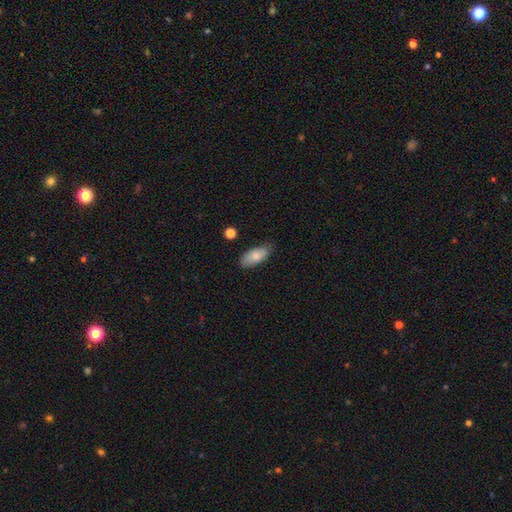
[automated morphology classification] A smooth galaxy with no disk features (79%) that is in between round and cigar-shaped (87%).

Vote fractions:
- Smooth or featured? smooth: 79% / featured or disk: 14% / star or artifact: 7%
- How rounded? in between: 87% / cigar-shaped: 10% / round: 3%
- Merging? none: 78% / minor disturbance: 17% / major disturbance: 3% / merger: 2%